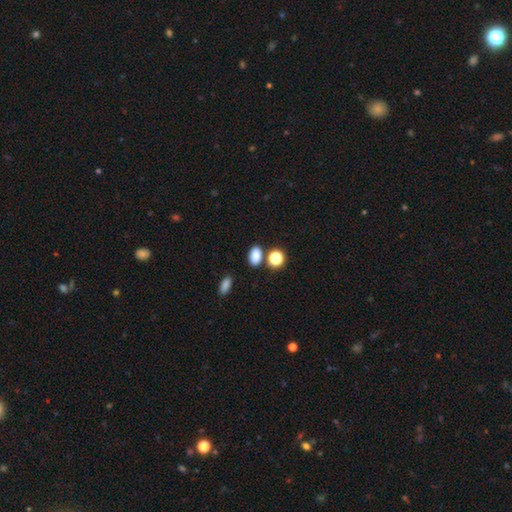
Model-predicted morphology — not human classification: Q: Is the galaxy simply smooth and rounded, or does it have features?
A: smooth — 85%.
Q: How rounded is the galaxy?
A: in between — 83%.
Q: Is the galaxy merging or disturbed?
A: none — 77%.